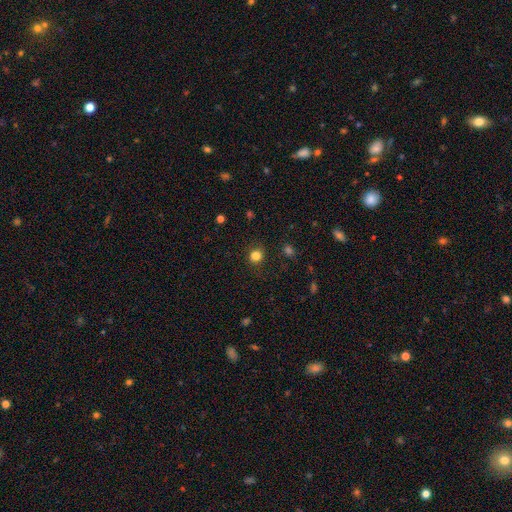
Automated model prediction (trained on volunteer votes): Morphology: type=smooth (82%); roundness=round (85%); merging=none (86%).